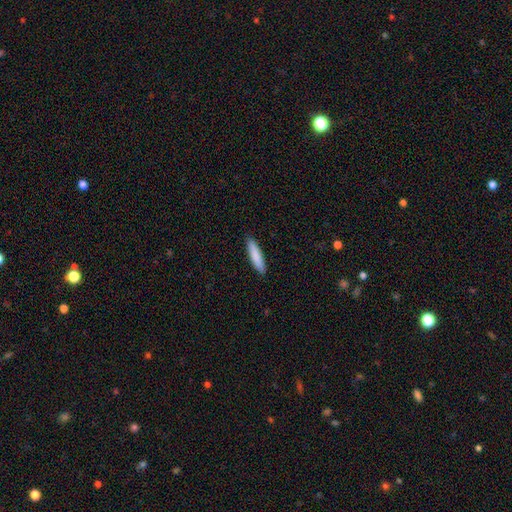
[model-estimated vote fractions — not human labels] Morphology: type=smooth (86%); roundness=cigar-shaped (83%); merging=none (91%).